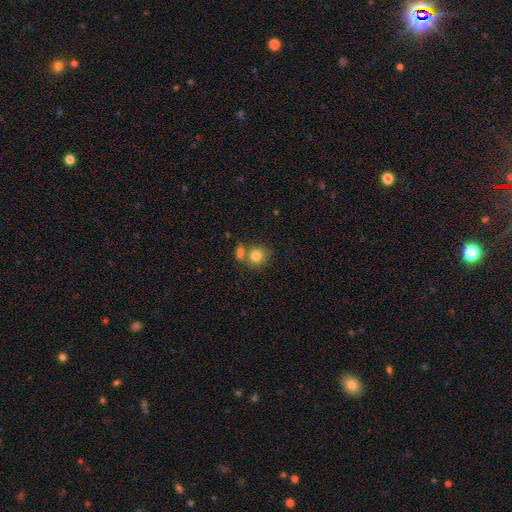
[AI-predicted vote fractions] smooth 80%, star or artifact 10%, featured or disk 10%. Down the decision tree: how rounded — round (81%); merging — none (56%).